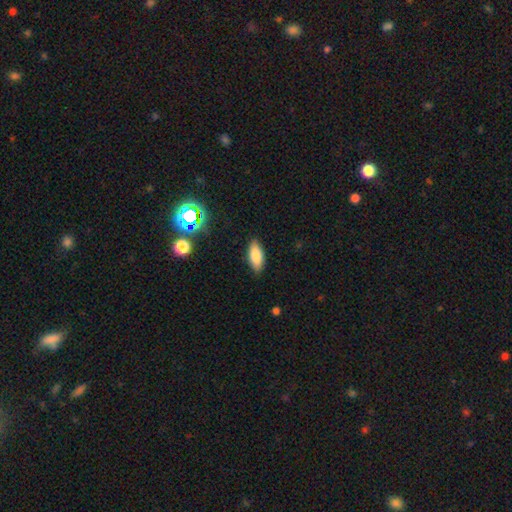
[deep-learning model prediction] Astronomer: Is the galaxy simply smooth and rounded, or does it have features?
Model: smooth — 81%.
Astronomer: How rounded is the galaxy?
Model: in between — 84%.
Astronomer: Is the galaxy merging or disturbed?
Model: none — 87%.